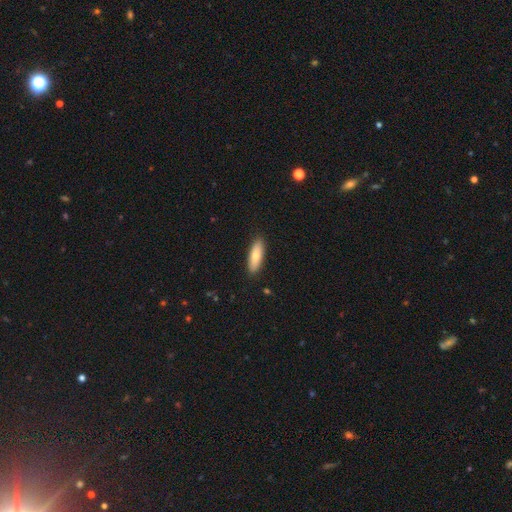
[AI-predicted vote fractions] Overall: smooth (77%). How rounded: in between (53%; cigar-shaped 45%). Merging: none (89%).